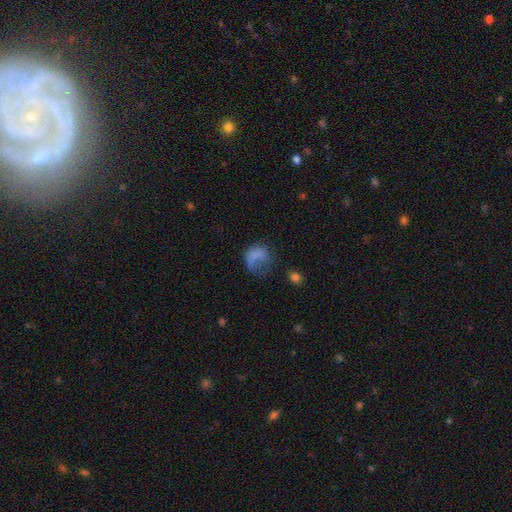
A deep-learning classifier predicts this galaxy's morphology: A smooth galaxy with no disk features (65%) that is in between round and cigar-shaped (55%).

Vote fractions:
- Smooth or featured? smooth: 65% / featured or disk: 23% / star or artifact: 12%
- How rounded? in between: 55% / round: 44% / cigar-shaped: 1%
- Merging? major disturbance: 51% / none: 24% / minor disturbance: 20% / merger: 5%